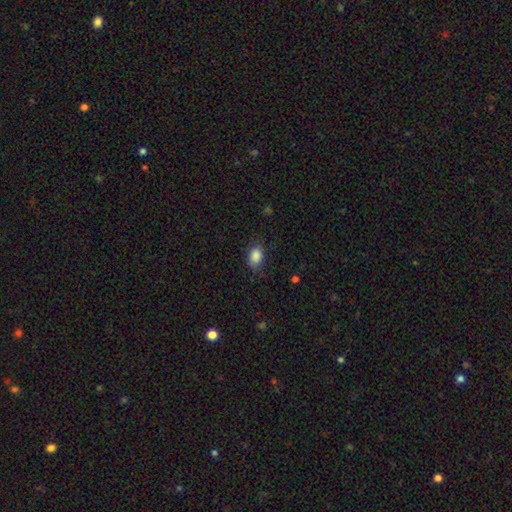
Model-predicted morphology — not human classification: Smooth or featured? smooth (86%)
How rounded? in between (83%)
Merging? none (73%)